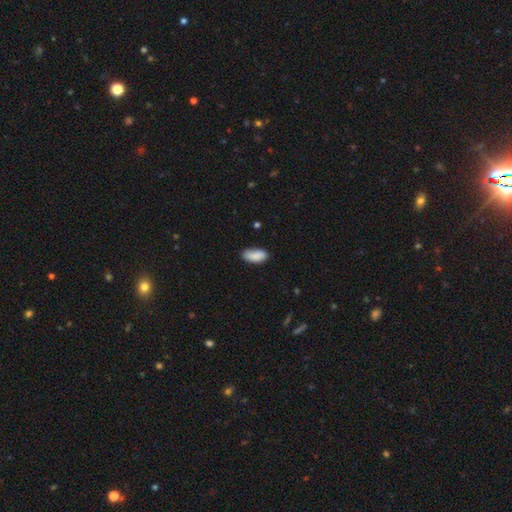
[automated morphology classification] This appears to be a smooth galaxy with no disk features (89%) that is in between round and cigar-shaped (91%). Merging: none (75%).